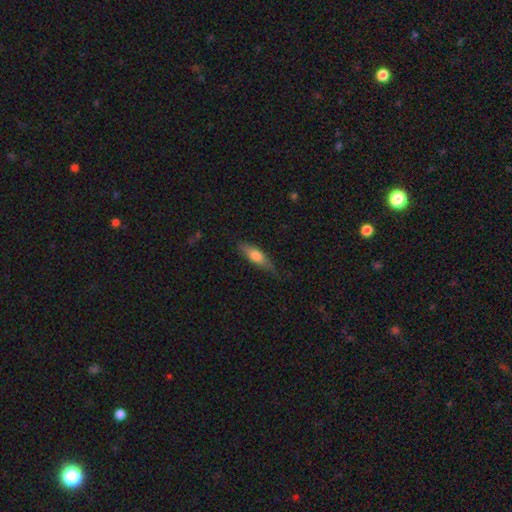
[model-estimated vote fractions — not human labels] Smooth or featured?
  - smooth: 66% *
  - featured or disk: 28%
  - star or artifact: 6%
How rounded?
  - cigar-shaped: 52% *
  - in between: 45%
  - round: 3%
Merging?
  - none: 71% *
  - minor disturbance: 23%
  - major disturbance: 5%
  - merger: 1%